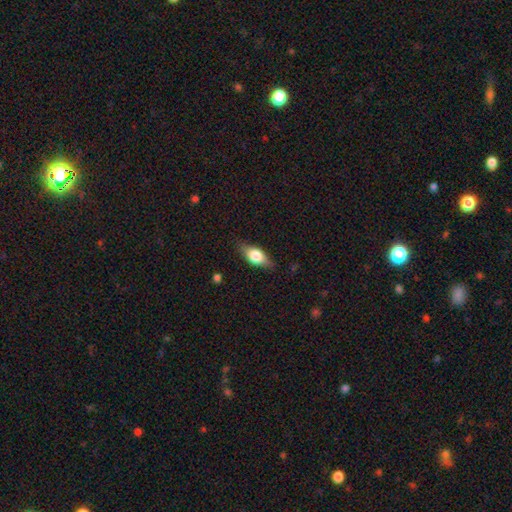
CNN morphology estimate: Smooth or featured? smooth (68%)
How rounded? in between (82%)
Merging? none (80%)